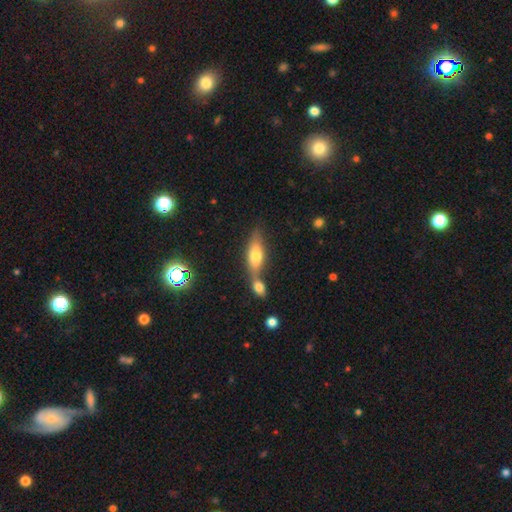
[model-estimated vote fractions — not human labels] This is likely a smooth galaxy (64%). How rounded: likely in between (67%). Merging: possibly merger (50%).